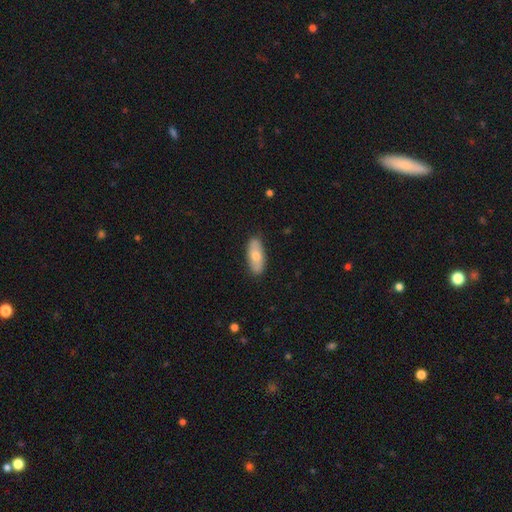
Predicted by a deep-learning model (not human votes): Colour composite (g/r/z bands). It shows a smooth galaxy with no disk features (62%) that is in between round and cigar-shaped (77%). Merging: none (87%).